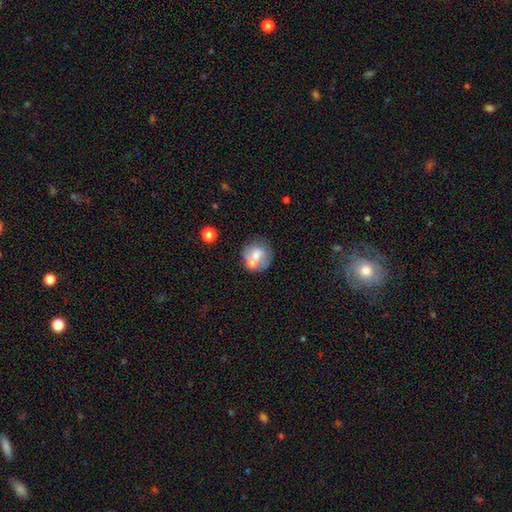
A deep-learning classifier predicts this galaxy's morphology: A smooth galaxy with no disk features (60%) that is round (80%). Merging: none (45%).